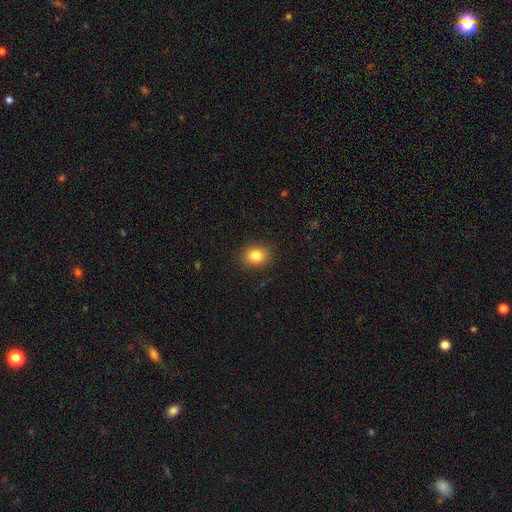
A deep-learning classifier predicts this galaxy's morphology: Smooth or featured? smooth (83%)
How rounded? round (59%)
Merging? none (89%)